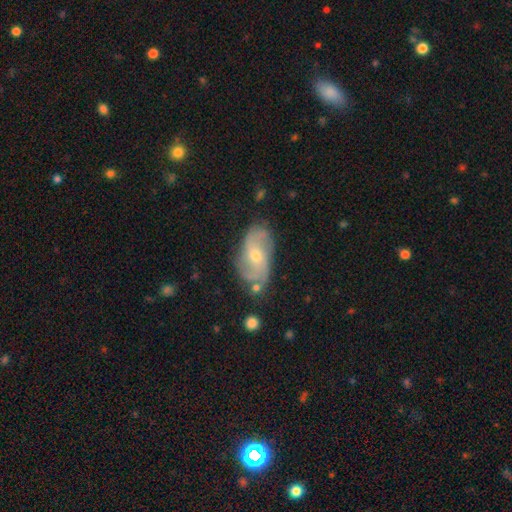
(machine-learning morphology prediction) Smooth or featured? featured or disk (72%)
Edge-on disk? no (95%)
Bar? no (56%)
Spiral arms? yes (90%)
Spiral winding? medium (43%)
Spiral arm count? 2 (54%)
Bulge size? small (49%)
Merging? none (69%)